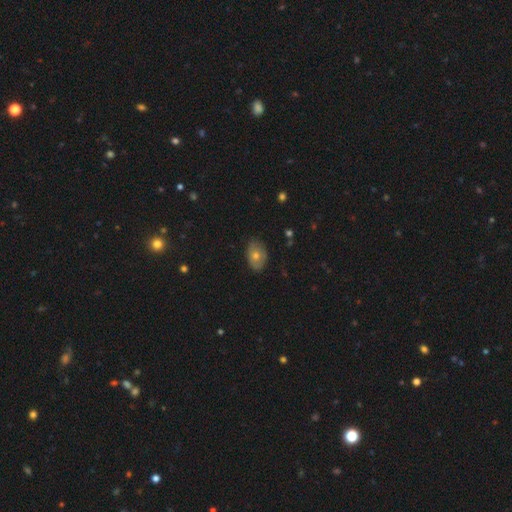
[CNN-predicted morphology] A smooth galaxy with no disk features (59%) that is in between round and cigar-shaped (84%).

Vote fractions:
- Smooth or featured? smooth: 59% / featured or disk: 27% / star or artifact: 14%
- How rounded? in between: 84% / round: 15% / cigar-shaped: 1%
- Merging? none: 81% / minor disturbance: 15% / major disturbance: 3% / merger: 1%